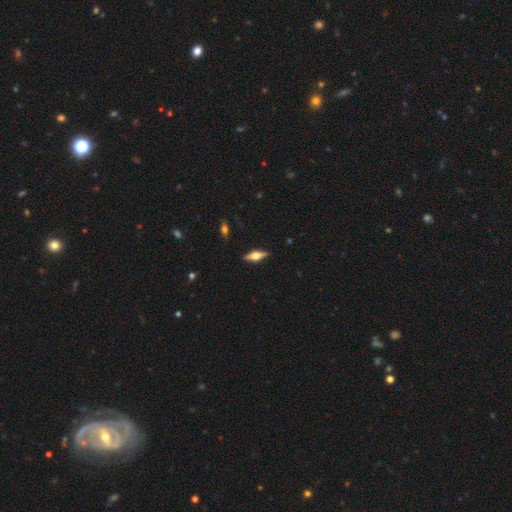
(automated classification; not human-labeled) A featured or disk galaxy (61%) viewed edge-on (95%) with a rounded central bulge (91%). Merging: none (88%).